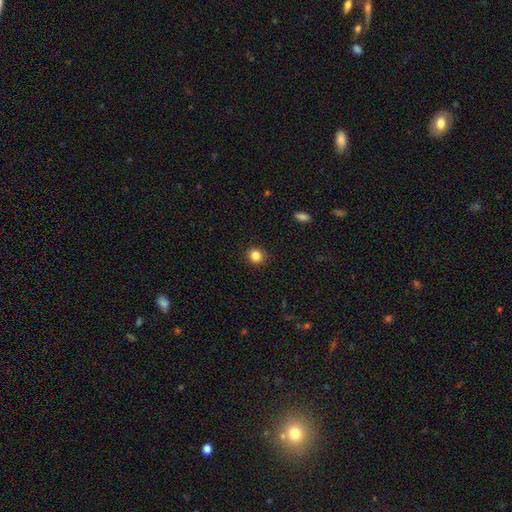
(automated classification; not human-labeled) Smooth or featured? Predicted: smooth (p=0.85). How rounded? Predicted: round (p=0.85). Merging? Predicted: none (p=0.91).